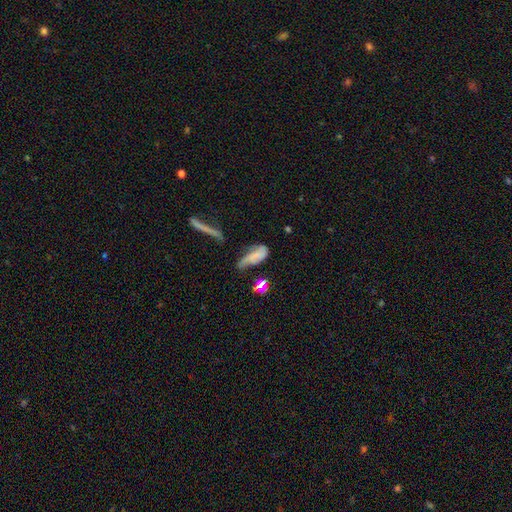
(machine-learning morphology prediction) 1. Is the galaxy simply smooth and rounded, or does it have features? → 51% smooth, 37% featured or disk, 12% star or artifact.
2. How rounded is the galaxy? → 71% in between, 24% cigar-shaped, 4% round.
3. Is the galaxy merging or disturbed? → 36% major disturbance, 28% minor disturbance, 26% none, 11% merger.